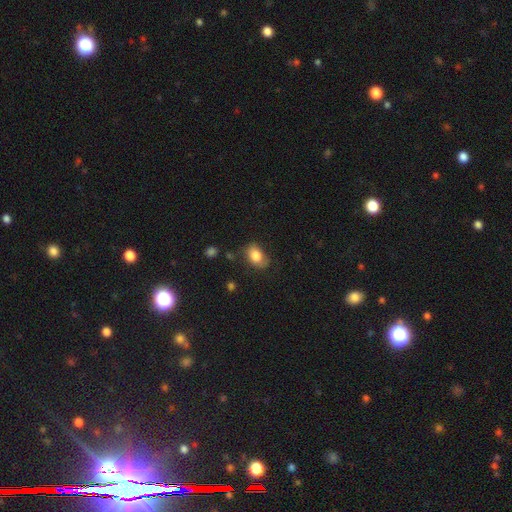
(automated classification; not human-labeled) Morphology: type=smooth (81%); roundness=in between (83%); merging=none (70%).